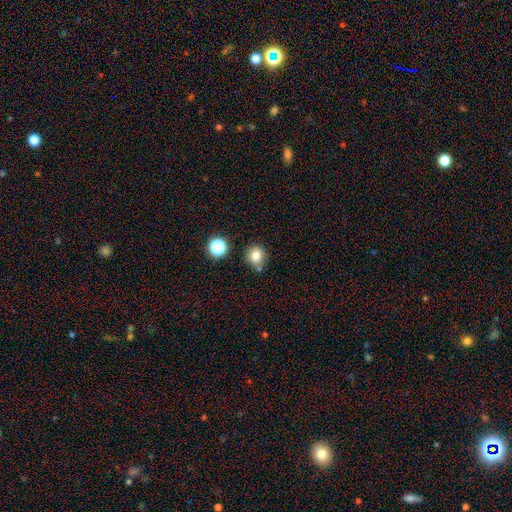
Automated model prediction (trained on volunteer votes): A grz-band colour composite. It shows a smooth galaxy with no disk features (79%) that is round (83%). Merging: none (76%).